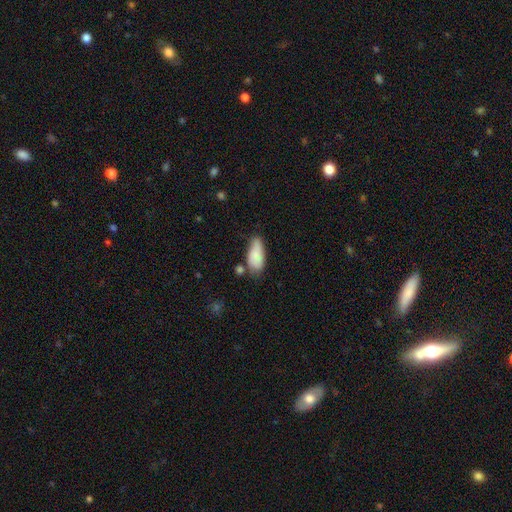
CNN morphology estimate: smooth_or_featured: smooth (p=0.83) [alt: featured or disk p=0.10]
how_rounded: in between (p=0.85) [alt: cigar-shaped p=0.13]
merging: none (p=0.52) [alt: minor disturbance p=0.31]